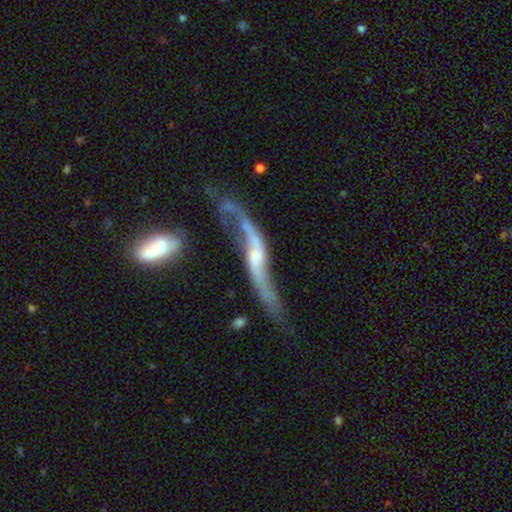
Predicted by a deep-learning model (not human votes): smooth_or_featured: featured or disk (p=0.85) [alt: smooth p=0.09]
disk_edge_on: no (p=0.66) [alt: yes p=0.34]
bar: no (p=0.46) [alt: weak p=0.34]
has_spiral_arms: yes (p=0.90) [alt: no p=0.10]
spiral_winding: loose (p=0.93) [alt: medium p=0.05]
spiral_arm_count: 2 (p=0.91) [alt: 1 p=0.04]
bulge_size: small (p=0.49) [alt: moderate p=0.33]
merging: none (p=0.45) [alt: minor disturbance p=0.22]